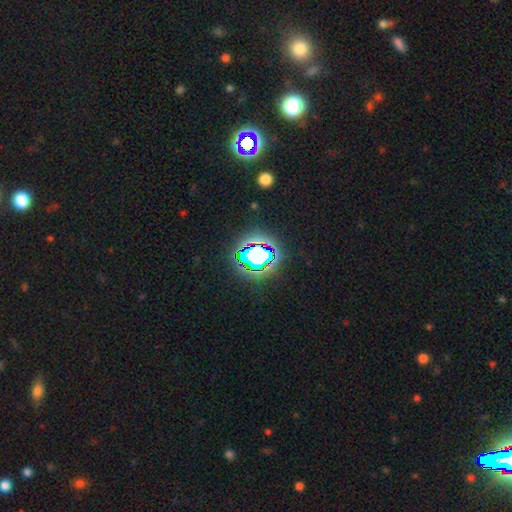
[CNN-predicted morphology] A star or artifact, not a galaxy (59%).